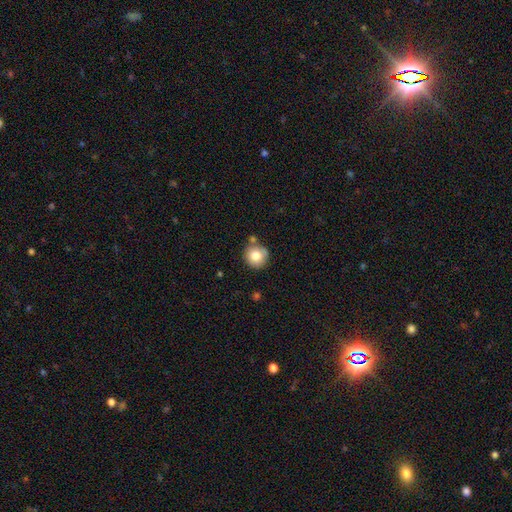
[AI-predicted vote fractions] Smooth or featured? smooth (80%)
How rounded? round (93%)
Merging? none (75%)